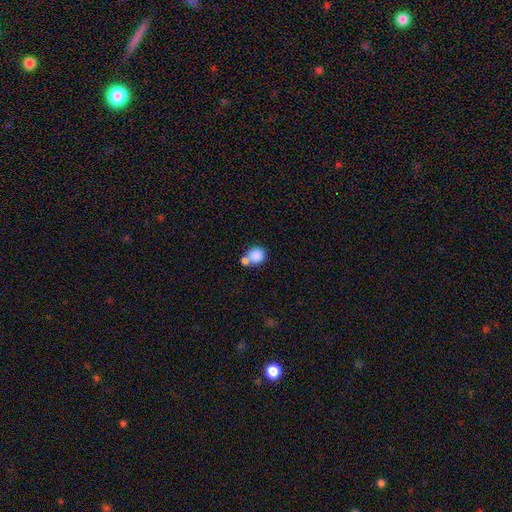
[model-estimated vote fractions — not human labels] This is clearly a smooth galaxy (84%). How rounded: clearly round (86%). Merging: marginally none (45%).